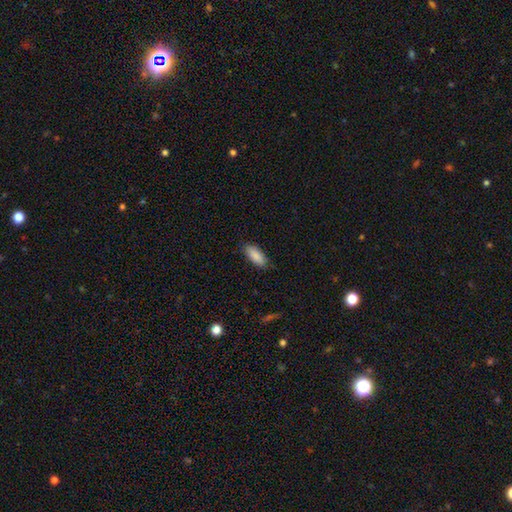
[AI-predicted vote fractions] This appears to be a smooth galaxy with no disk features (89%) that is in between round and cigar-shaped (81%). Merging: none (84%).